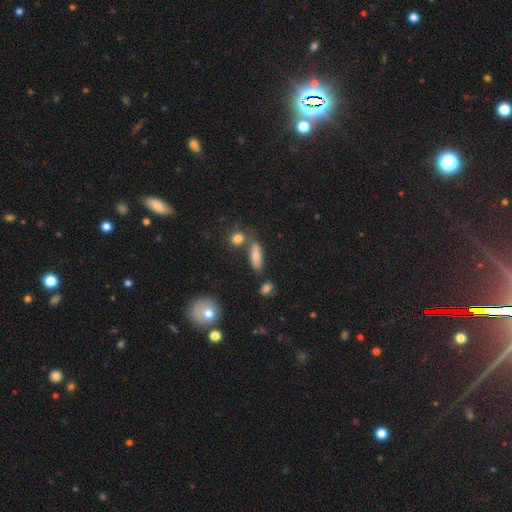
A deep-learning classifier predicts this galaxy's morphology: This is likely a smooth galaxy (75%). How rounded: possibly in between (54%). Merging: likely none (69%).